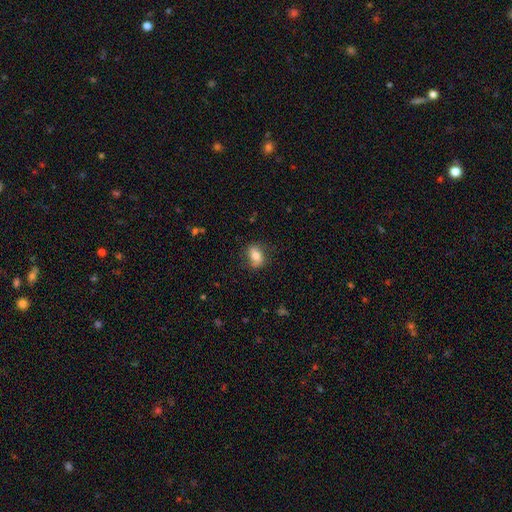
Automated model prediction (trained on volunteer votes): Smooth or featured: smooth — 77% (featured or disk — 15%)
How rounded: in between — 81% (round — 16%)
Merging: none — 76% (minor disturbance — 18%)